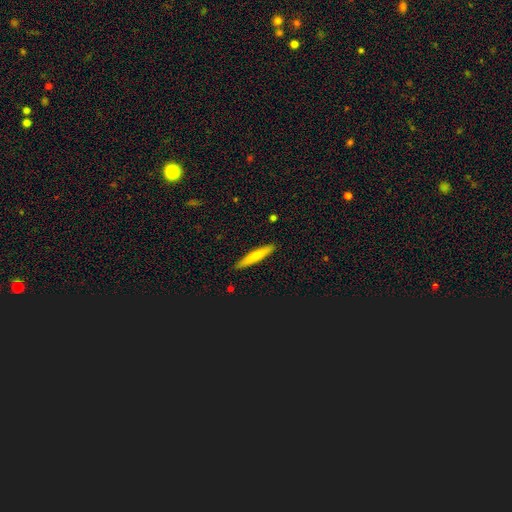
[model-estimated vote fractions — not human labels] smooth-or-featured: smooth: 70% | featured or disk: 23% | star or artifact: 7%
  how-rounded: cigar-shaped: 92% | in between: 6% | round: 1%
  merging: none: 90% | minor disturbance: 7% | major disturbance: 1% | merger: 1%